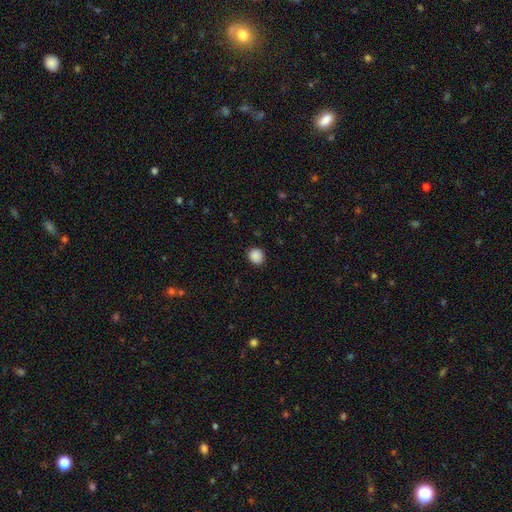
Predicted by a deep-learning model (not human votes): A smooth galaxy with no disk features (89%) that is round (81%). Merging: none (89%).